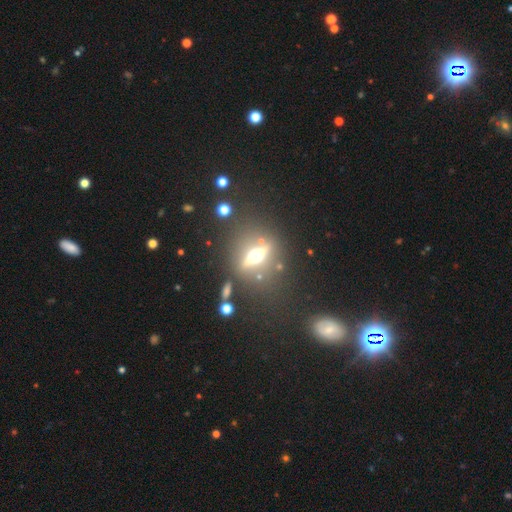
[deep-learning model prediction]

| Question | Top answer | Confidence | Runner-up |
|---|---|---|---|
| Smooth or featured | featured or disk | 65% | smooth (21%) |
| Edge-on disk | yes | 82% | no (18%) |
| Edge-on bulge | rounded | 95% | boxy (4%) |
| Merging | none | 79% | minor disturbance (9%) |